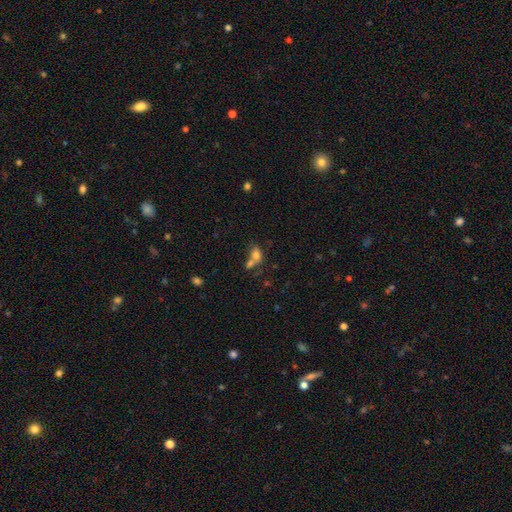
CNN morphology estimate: Smooth or featured? smooth (70%)
How rounded? in between (67%)
Merging? merger (55%)